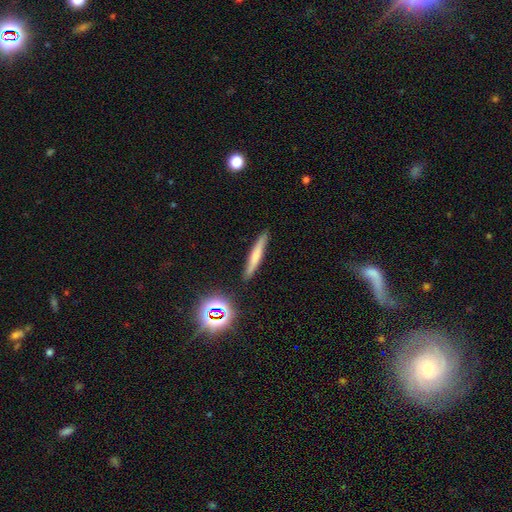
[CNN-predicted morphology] This appears to be a smooth galaxy with no disk features (61%) that is cigar-shaped (93%). Merging: none (87%).